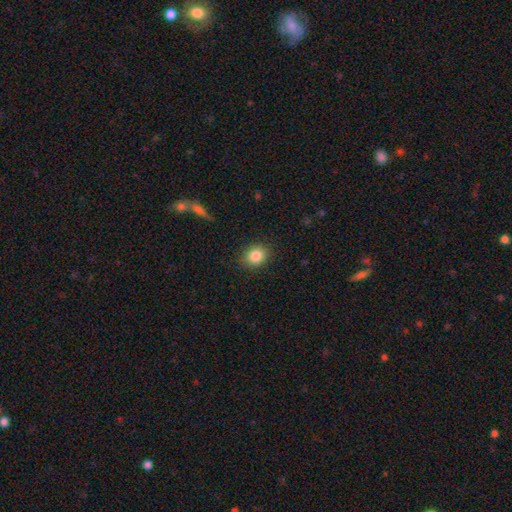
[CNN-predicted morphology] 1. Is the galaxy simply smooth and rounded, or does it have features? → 85% smooth, 10% star or artifact, 5% featured or disk.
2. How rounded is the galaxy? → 62% round, 37% in between, 1% cigar-shaped.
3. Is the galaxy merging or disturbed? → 87% none, 9% minor disturbance, 3% major disturbance, 1% merger.